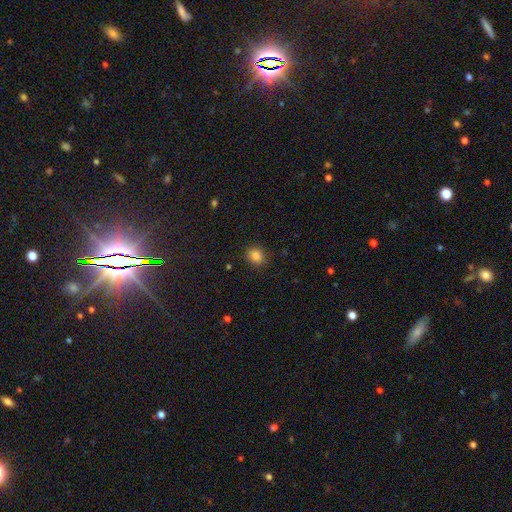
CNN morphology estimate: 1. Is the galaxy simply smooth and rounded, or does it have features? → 85% smooth, 11% star or artifact, 4% featured or disk.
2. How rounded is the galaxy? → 68% round, 31% in between, 1% cigar-shaped.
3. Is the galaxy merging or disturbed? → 87% none, 9% minor disturbance, 3% major disturbance, 1% merger.